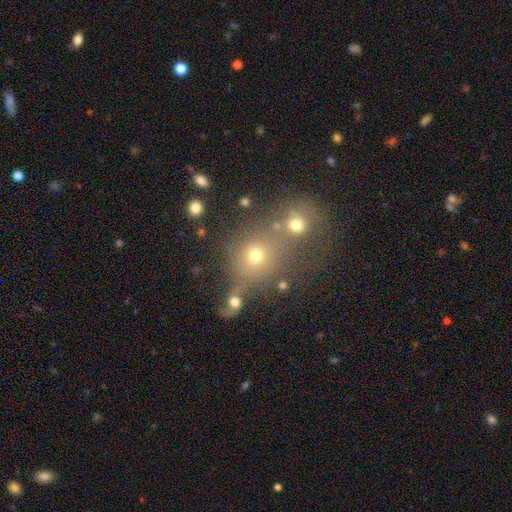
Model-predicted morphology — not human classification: smooth_or_featured: smooth (p=0.65) [alt: star or artifact p=0.20]
how_rounded: round (p=0.79) [alt: in between p=0.19]
merging: none (p=0.46) [alt: merger p=0.38]